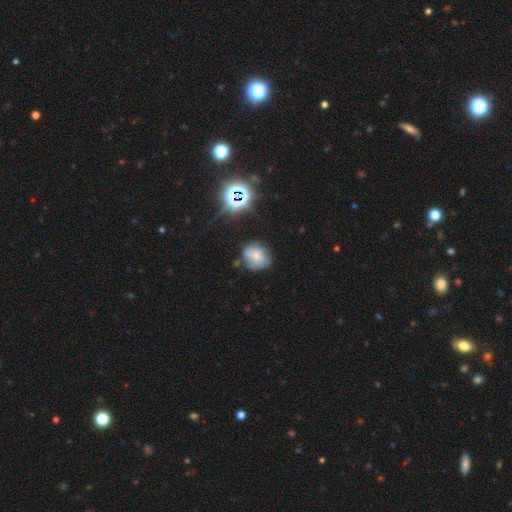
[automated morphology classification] Smooth or featured? Predicted: smooth (p=0.52). How rounded? Predicted: round (p=0.65). Merging? Predicted: none (p=0.59).